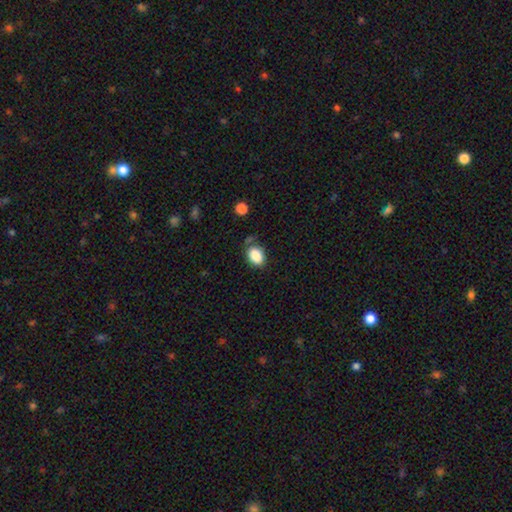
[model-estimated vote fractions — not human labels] Smooth or featured? smooth (87%)
How rounded? in between (80%)
Merging? none (71%)